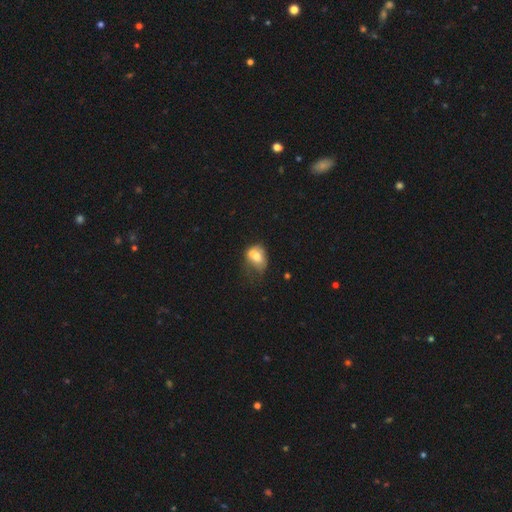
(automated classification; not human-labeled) Smooth or featured? smooth (63%)
How rounded? in between (71%)
Merging? minor disturbance (32%)